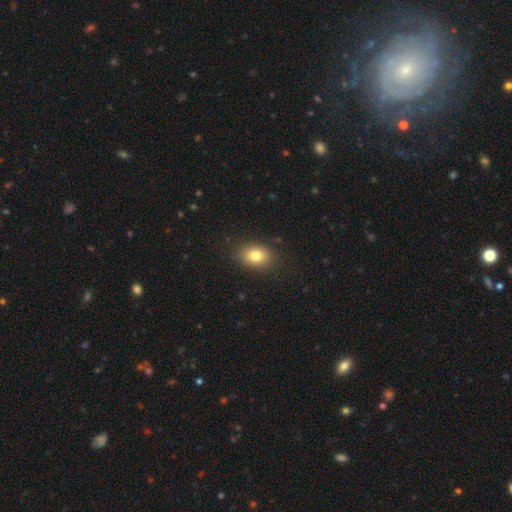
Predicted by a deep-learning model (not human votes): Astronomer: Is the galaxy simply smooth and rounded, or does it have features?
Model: smooth — 80%.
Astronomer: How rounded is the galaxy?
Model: in between — 70%.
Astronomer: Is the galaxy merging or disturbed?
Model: none — 85%.